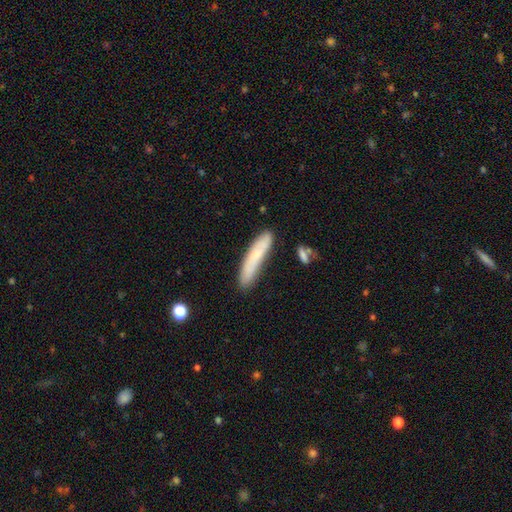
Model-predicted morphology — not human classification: smooth-or-featured: smooth: 70% | featured or disk: 23% | star or artifact: 7%
  how-rounded: cigar-shaped: 87% | in between: 11% | round: 1%
  merging: none: 73% | minor disturbance: 18% | merger: 5% | major disturbance: 4%